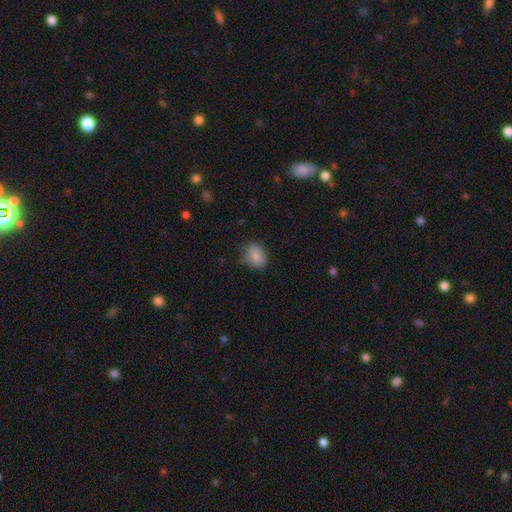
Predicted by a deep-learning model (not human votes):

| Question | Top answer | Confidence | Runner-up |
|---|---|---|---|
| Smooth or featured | smooth | 84% | star or artifact (8%) |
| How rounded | in between | 61% | round (37%) |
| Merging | none | 69% | minor disturbance (24%) |